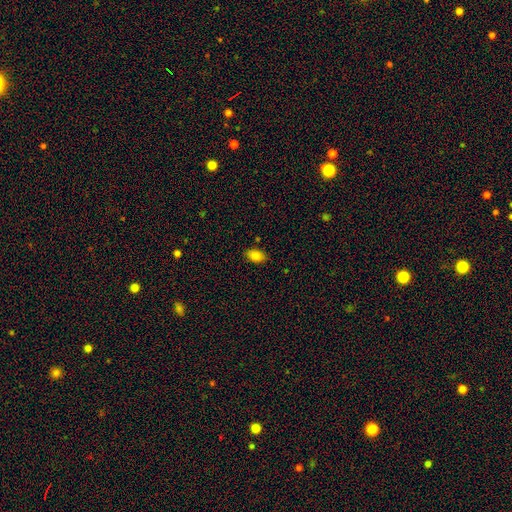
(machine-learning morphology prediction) Smooth or featured? smooth (85%)
How rounded? in between (88%)
Merging? none (85%)